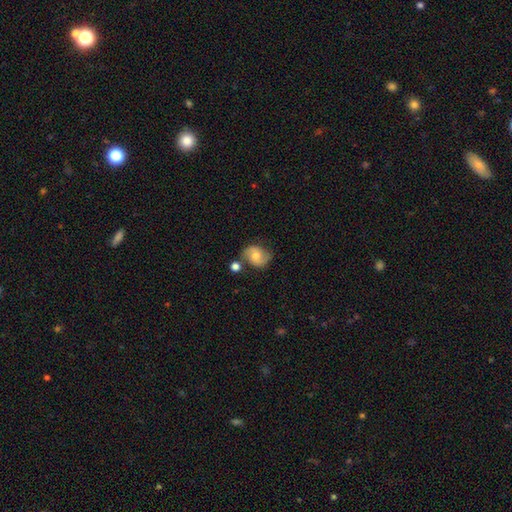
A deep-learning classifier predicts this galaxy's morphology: type=featured or disk (69%); edge-on=no (98%); bar=no (60%); spiral arms=yes (93%); winding=medium (50%); arm count=2 (91%); bulge=moderate (60%); merging=none (70%).